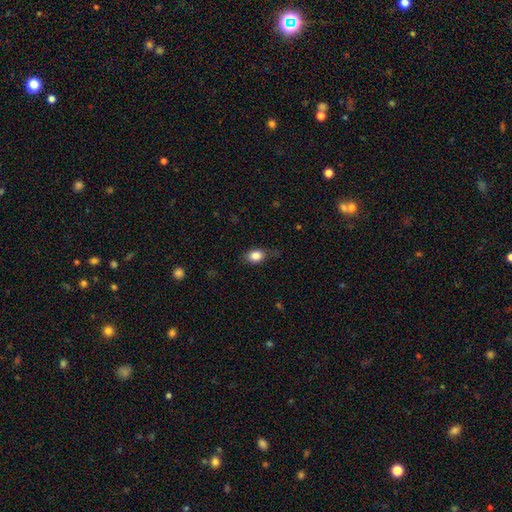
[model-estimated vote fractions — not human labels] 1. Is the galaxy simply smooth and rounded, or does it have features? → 84% smooth, 9% star or artifact, 7% featured or disk.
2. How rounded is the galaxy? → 72% in between, 26% round, 2% cigar-shaped.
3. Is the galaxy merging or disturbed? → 72% none, 21% minor disturbance, 5% major disturbance, 1% merger.